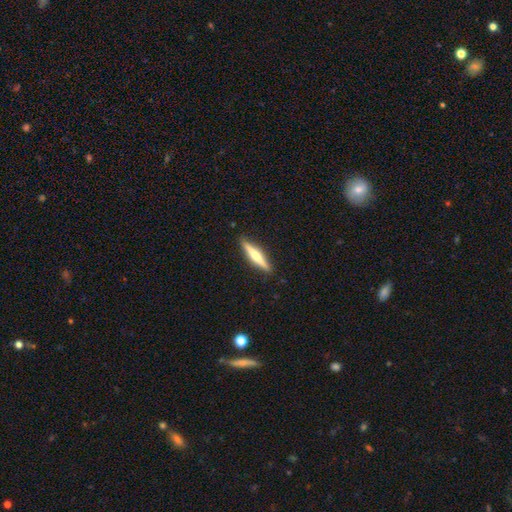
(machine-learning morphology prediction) A featured or disk galaxy (59%) viewed edge-on (97%) with a rounded central bulge (82%). Merging: none (91%).